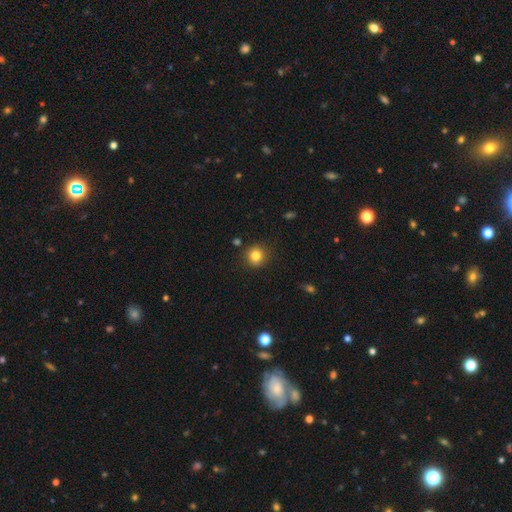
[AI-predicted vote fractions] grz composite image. It shows a smooth galaxy with no disk features (82%) that is round (89%). Merging: none (87%).